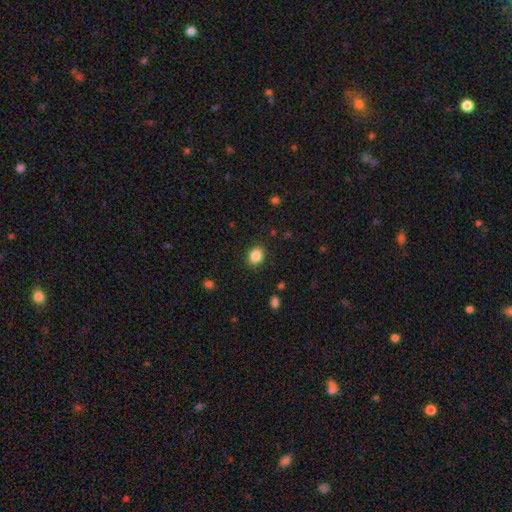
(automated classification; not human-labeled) smooth_or_featured: smooth (p=0.86) [alt: star or artifact p=0.10]
how_rounded: round (p=0.59) [alt: in between p=0.40]
merging: none (p=0.86) [alt: minor disturbance p=0.09]